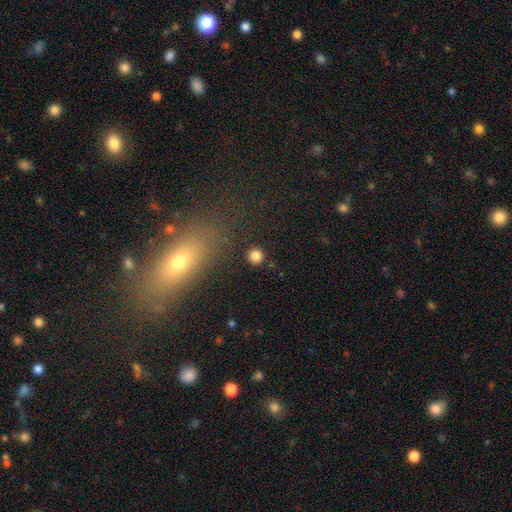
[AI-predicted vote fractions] smooth_or_featured: smooth (p=0.84) [alt: star or artifact p=0.12]
how_rounded: round (p=0.92) [alt: in between p=0.07]
merging: none (p=0.90) [alt: minor disturbance p=0.05]